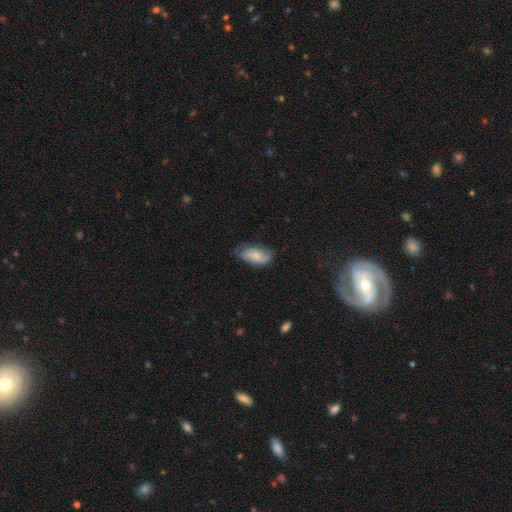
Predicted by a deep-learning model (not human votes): Overall: smooth (65%; featured or disk 28%). How rounded: in between (92%). Merging: none (61%; minor disturbance 29%).